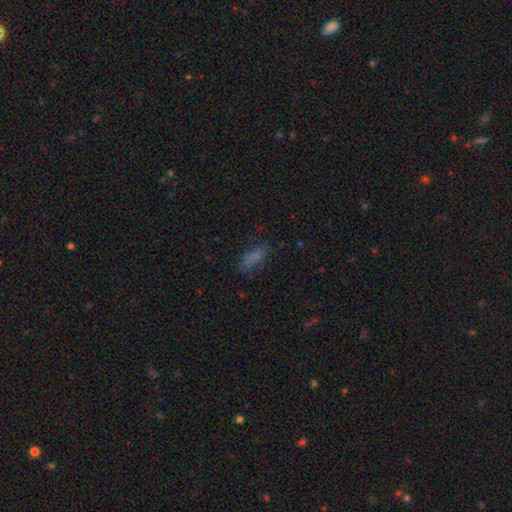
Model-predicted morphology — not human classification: The model was most divided on "how rounded": in between: 65%, cigar-shaped: 32%, round: 3%. More confident: smooth or featured — smooth (74%); merging — none (68%).